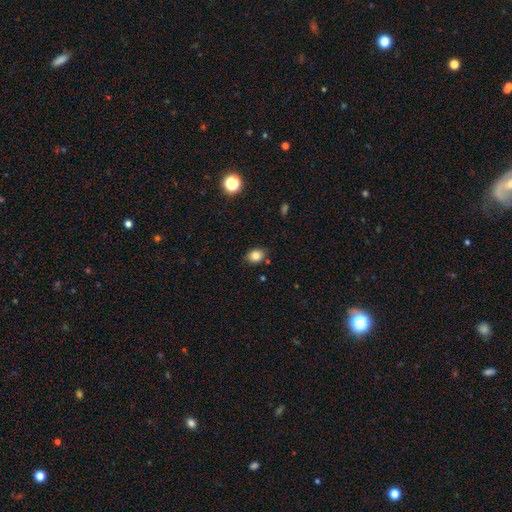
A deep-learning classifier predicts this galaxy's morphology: smooth_or_featured: smooth (p=0.82) [alt: star or artifact p=0.11]
how_rounded: in between (p=0.53) [alt: round p=0.46]
merging: none (p=0.83) [alt: minor disturbance p=0.12]